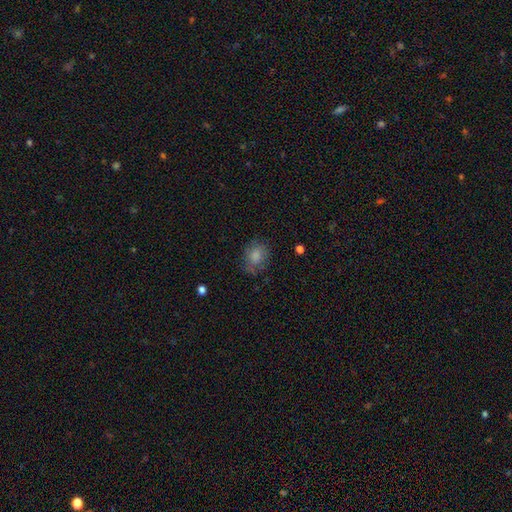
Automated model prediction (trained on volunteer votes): The model was most divided on "how rounded": round: 55%, in between: 44%, cigar-shaped: 1%. More confident: smooth or featured — smooth (80%); merging — none (67%).